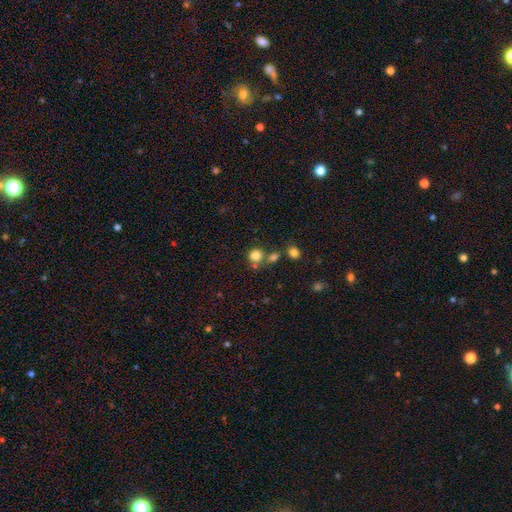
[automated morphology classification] Smooth or featured?
  - smooth: 80% *
  - star or artifact: 13%
  - featured or disk: 7%
How rounded?
  - round: 86% *
  - in between: 13%
  - cigar-shaped: 1%
Merging?
  - none: 61% *
  - merger: 24%
  - minor disturbance: 10%
  - major disturbance: 4%